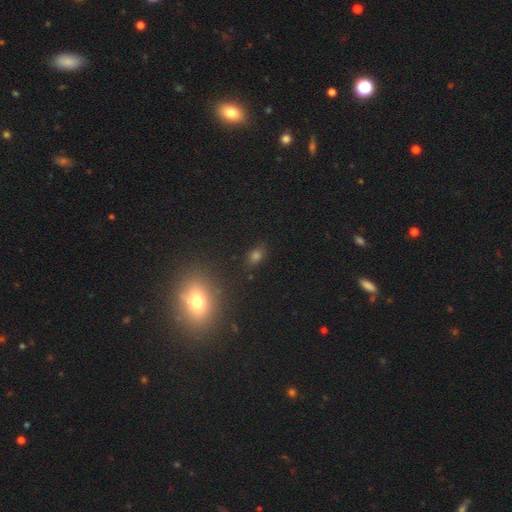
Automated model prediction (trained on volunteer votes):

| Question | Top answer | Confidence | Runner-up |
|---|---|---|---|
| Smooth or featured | smooth | 64% | star or artifact (26%) |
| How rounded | in between | 70% | round (26%) |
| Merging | none | 80% | minor disturbance (12%) |